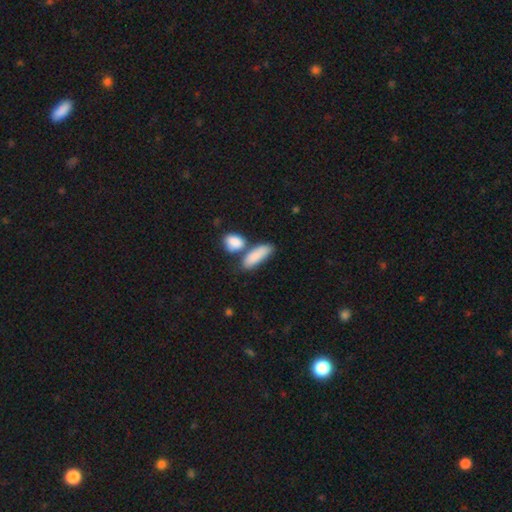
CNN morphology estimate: A smooth galaxy with no disk features (86%) that is in between round and cigar-shaped (68%).

Vote fractions:
- Smooth or featured? smooth: 86% / featured or disk: 8% / star or artifact: 6%
- How rounded? in between: 68% / cigar-shaped: 27% / round: 5%
- Merging? none: 51% / merger: 30% / minor disturbance: 14% / major disturbance: 5%